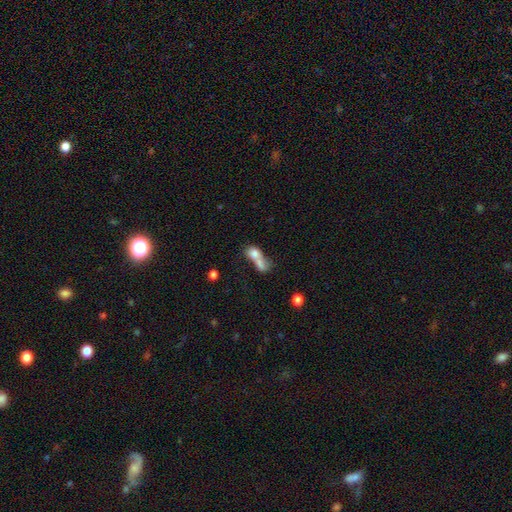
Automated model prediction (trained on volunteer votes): Smooth or featured: smooth — 69% (featured or disk — 21%)
How rounded: in between — 59% (round — 29%)
Merging: merger — 70% (none — 15%)